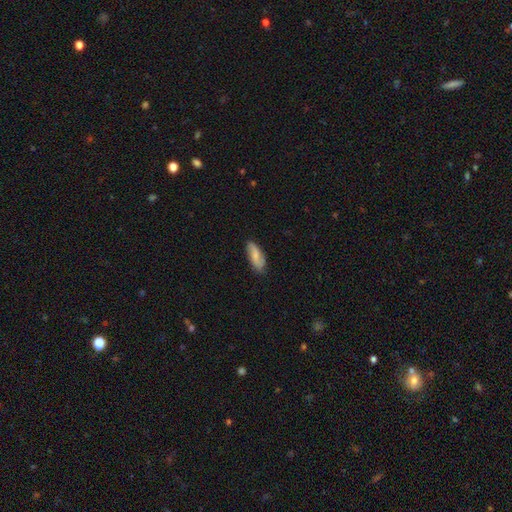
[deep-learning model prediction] Q: Smooth or featured?
A: smooth (57%); runner-up: featured or disk (37%)
Q: How rounded?
A: in between (77%); runner-up: cigar-shaped (20%)
Q: Merging?
A: none (76%); runner-up: minor disturbance (18%)